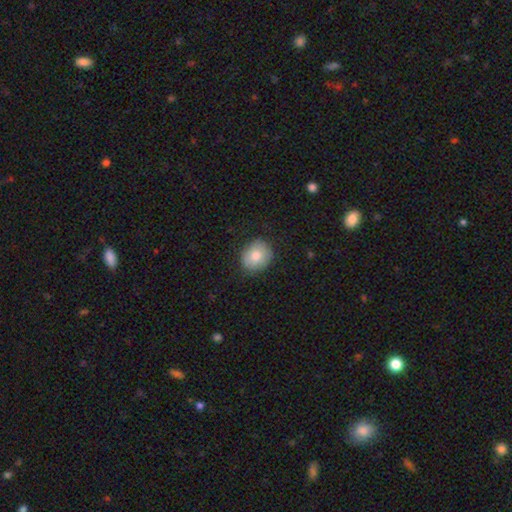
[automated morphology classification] This is likely a smooth galaxy (79%). How rounded: likely round (64%). Merging: clearly none (85%).